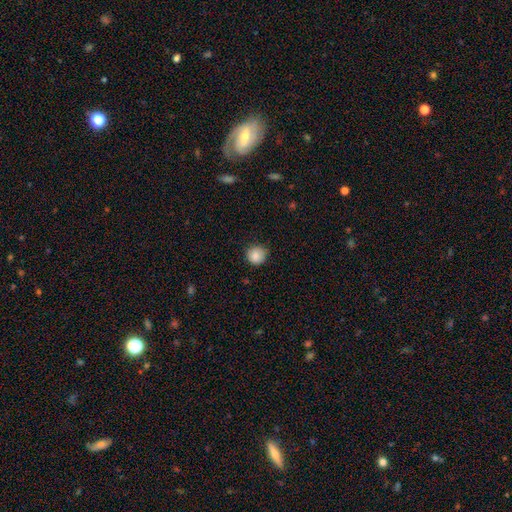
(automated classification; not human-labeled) smooth-or-featured: smooth: 87% | star or artifact: 9% | featured or disk: 5%
  how-rounded: round: 91% | in between: 8% | cigar-shaped: 1%
  merging: none: 82% | minor disturbance: 14% | major disturbance: 3% | merger: 1%